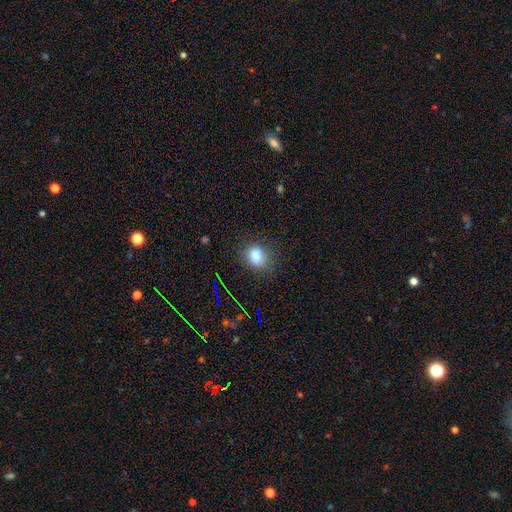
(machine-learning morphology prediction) Smooth or featured: smooth — 80% (star or artifact — 13%)
How rounded: in between — 55% (round — 44%)
Merging: none — 73% (minor disturbance — 19%)